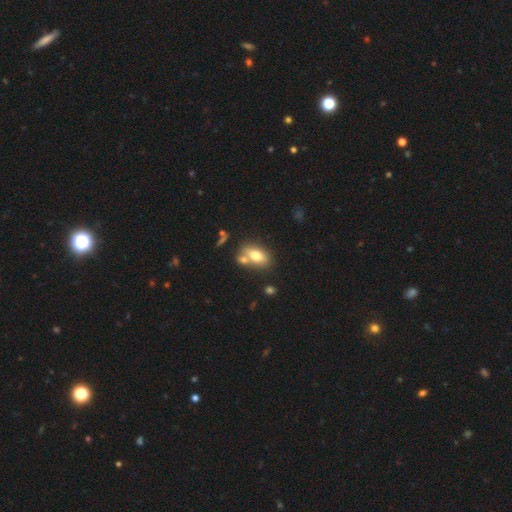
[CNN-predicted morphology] A smooth galaxy with no disk features (73%) that is in between round and cigar-shaped (85%). Merging: none (57%).